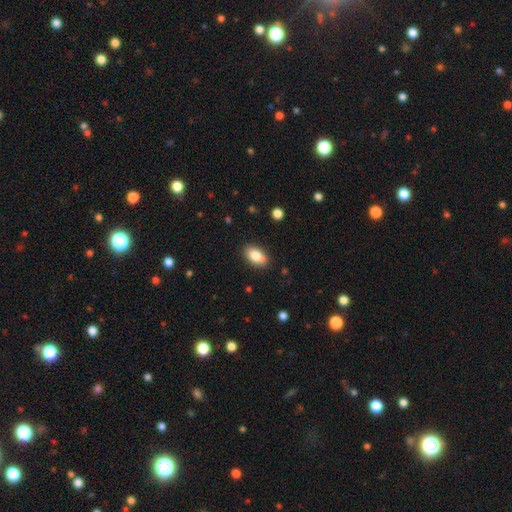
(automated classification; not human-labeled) A smooth galaxy with no disk features (83%) that is in between round and cigar-shaped (91%).

Vote fractions:
- Smooth or featured? smooth: 83% / featured or disk: 10% / star or artifact: 7%
- How rounded? in between: 91% / round: 6% / cigar-shaped: 3%
- Merging? none: 85% / minor disturbance: 11% / major disturbance: 2% / merger: 2%